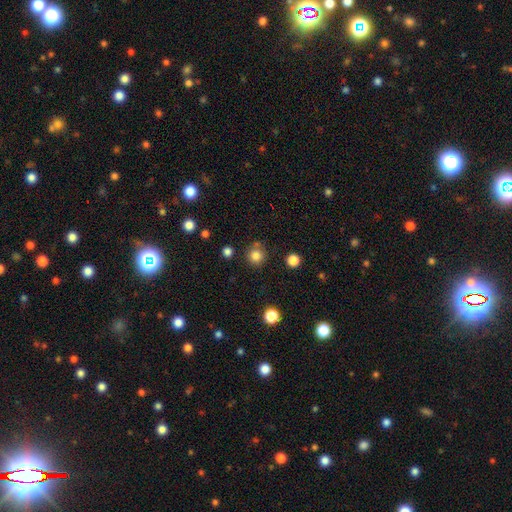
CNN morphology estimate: This appears to be a smooth galaxy with no disk features (82%) that is round (94%). Merging: none (81%).